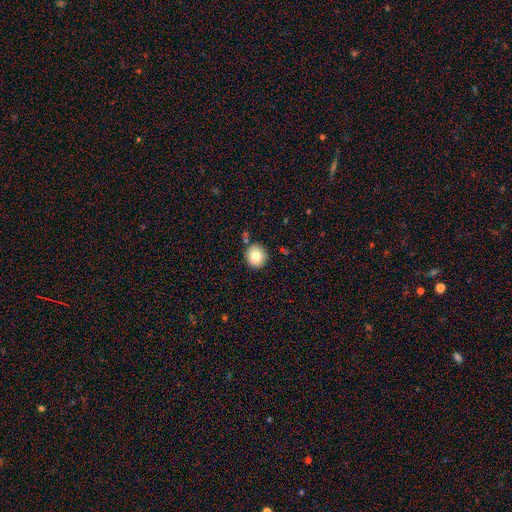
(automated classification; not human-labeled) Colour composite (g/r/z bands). It shows a smooth galaxy with no disk features (79%) that is round (93%). Merging: none (85%).